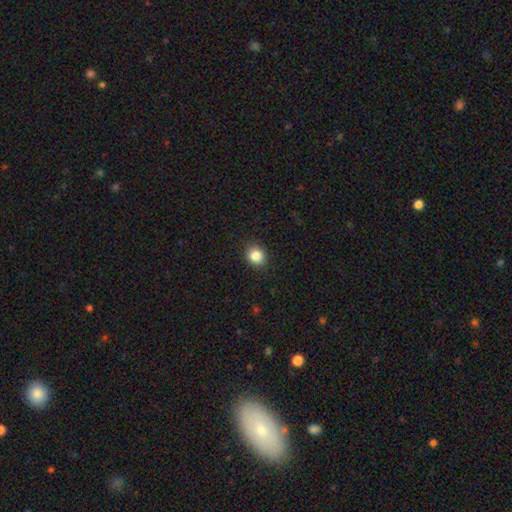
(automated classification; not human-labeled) Smooth or featured: smooth — 85% (star or artifact — 10%)
How rounded: round — 78% (in between — 21%)
Merging: none — 90% (minor disturbance — 7%)